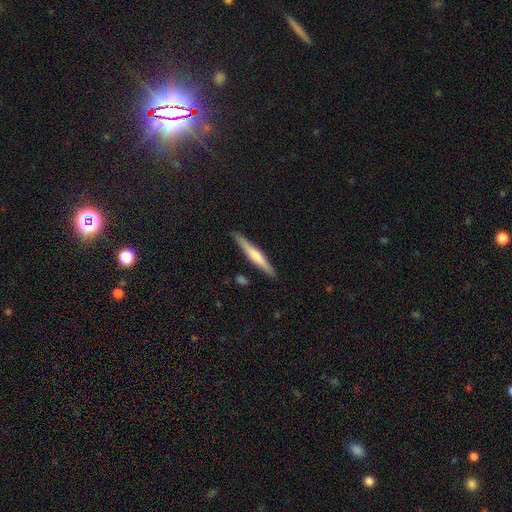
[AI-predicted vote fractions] smooth-or-featured: smooth: 48% | featured or disk: 46% | star or artifact: 5%
  merging: none: 88% | minor disturbance: 9% | major disturbance: 2% | merger: 2%